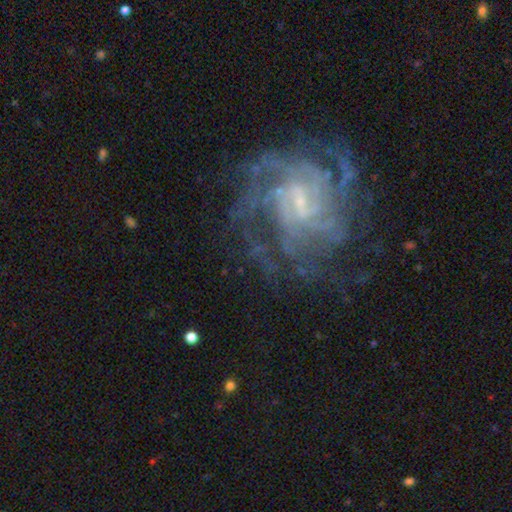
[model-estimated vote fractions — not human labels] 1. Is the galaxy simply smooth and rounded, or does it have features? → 83% featured or disk, 10% star or artifact, 6% smooth.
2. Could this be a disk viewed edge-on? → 98% no, 2% yes.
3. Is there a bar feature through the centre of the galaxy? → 54% weak, 33% no, 13% strong.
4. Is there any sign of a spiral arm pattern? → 93% yes, 7% no.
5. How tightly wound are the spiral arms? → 52% tight, 37% medium, 11% loose.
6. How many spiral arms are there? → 35% can't tell, 22% 4, 13% 3, 13% more than 4, 10% 2, 7% 1.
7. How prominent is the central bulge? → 61% small, 19% moderate, 17% none, 2% large, 1% dominant.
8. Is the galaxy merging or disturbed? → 67% none, 16% major disturbance, 15% minor disturbance, 2% merger.